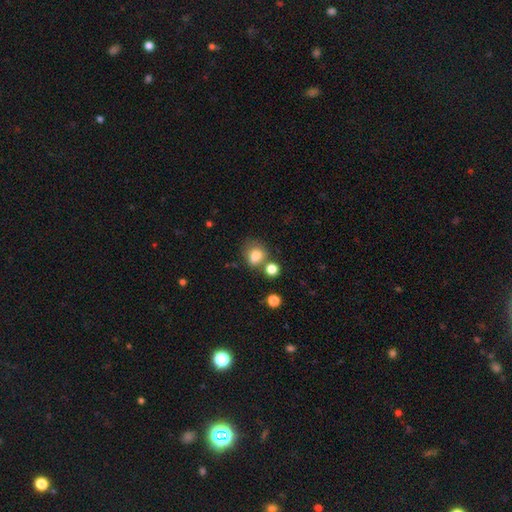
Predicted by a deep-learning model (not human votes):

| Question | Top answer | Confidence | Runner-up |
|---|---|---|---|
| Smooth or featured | smooth | 79% | star or artifact (12%) |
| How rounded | round | 57% | in between (42%) |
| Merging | none | 49% | merger (24%) |